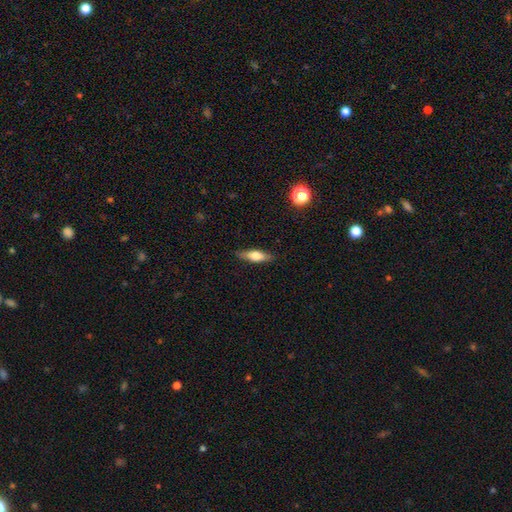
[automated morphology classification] smooth-or-featured: smooth: 60% | featured or disk: 33% | star or artifact: 7%
  how-rounded: cigar-shaped: 53% | in between: 44% | round: 3%
  merging: none: 86% | minor disturbance: 10% | major disturbance: 2% | merger: 1%